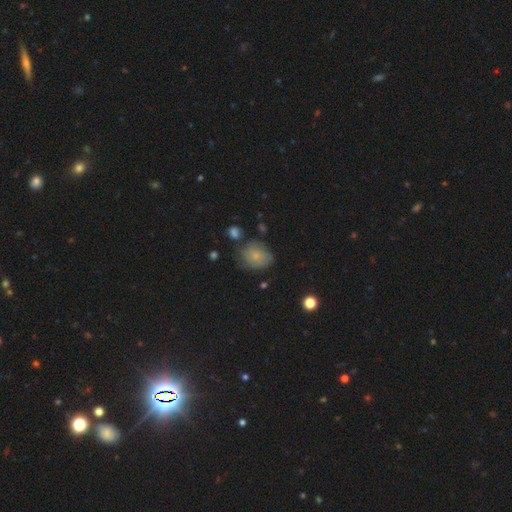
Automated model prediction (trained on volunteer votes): Smooth or featured? Predicted: smooth (p=0.71). How rounded? Predicted: in between (p=0.51). Merging? Predicted: none (p=0.60).